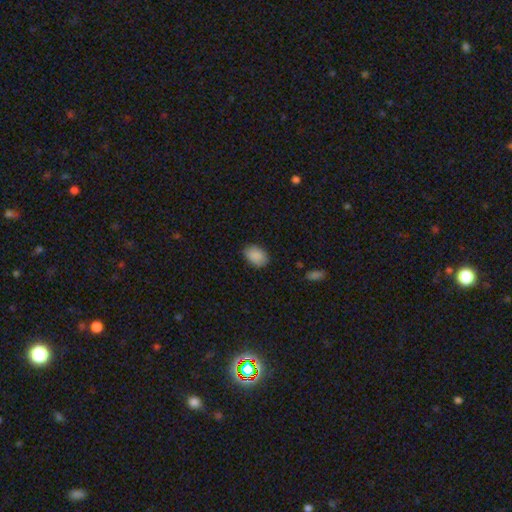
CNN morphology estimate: Smooth or featured: smooth — 89% (star or artifact — 7%)
How rounded: in between — 77% (round — 21%)
Merging: none — 83% (minor disturbance — 13%)